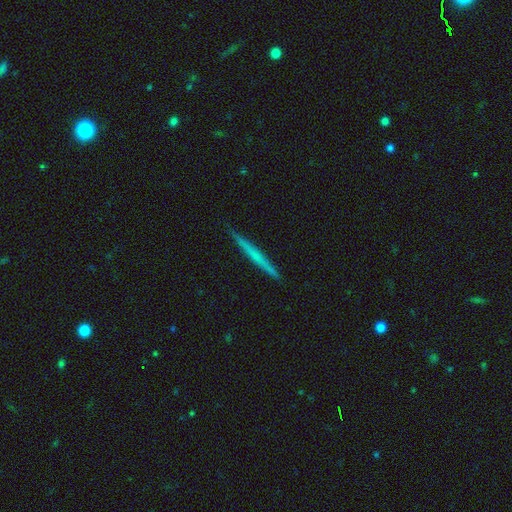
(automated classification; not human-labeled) Smooth or featured: featured or disk — 52% (smooth — 42%)
Edge-on disk: yes — 98% (no — 2%)
Edge-on bulge: none — 84% (rounded — 12%)
Merging: none — 91% (minor disturbance — 6%)